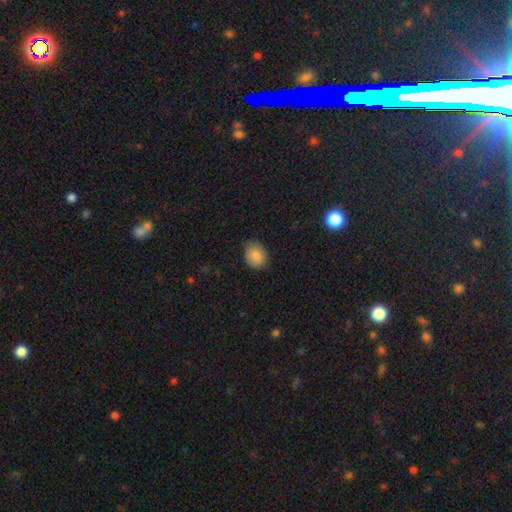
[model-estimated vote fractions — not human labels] The model was most divided on "how rounded": round: 53%, in between: 46%, cigar-shaped: 1%. More confident: smooth or featured — smooth (84%); merging — none (81%).